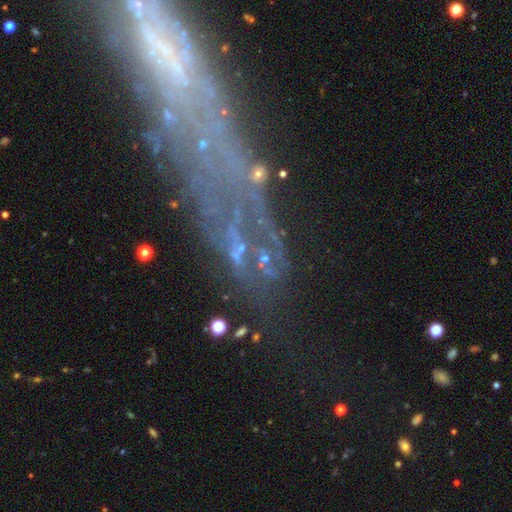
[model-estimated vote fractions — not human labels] This appears to be a featured or disk galaxy (52%). Merging: none (58%).